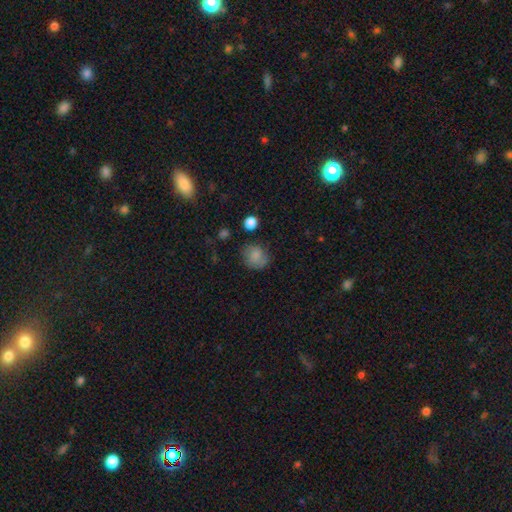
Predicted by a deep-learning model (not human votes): Overall: smooth (75%). How rounded: round (72%). Merging: none (66%).